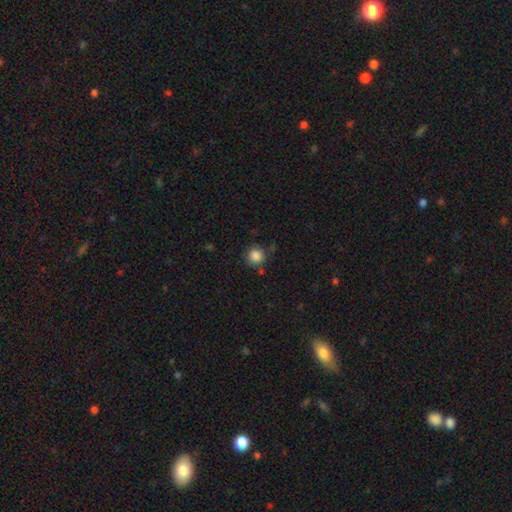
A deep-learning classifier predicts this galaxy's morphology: Smooth or featured: smooth — 86% (star or artifact — 10%)
How rounded: round — 92% (in between — 7%)
Merging: none — 80% (minor disturbance — 12%)